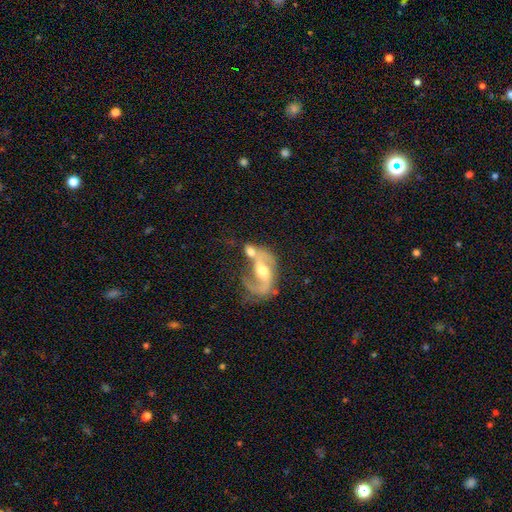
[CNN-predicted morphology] Smooth or featured: featured or disk — 82% (smooth — 12%)
Edge-on disk: no — 96% (yes — 4%)
Bar: weak — 43% (no — 34%)
Spiral arms: yes — 92% (no — 8%)
Spiral winding: loose — 48% (medium — 41%)
Spiral arm count: 2 — 77% (1 — 15%)
Bulge size: moderate — 65% (small — 25%)
Merging: merger — 36% (none — 32%)